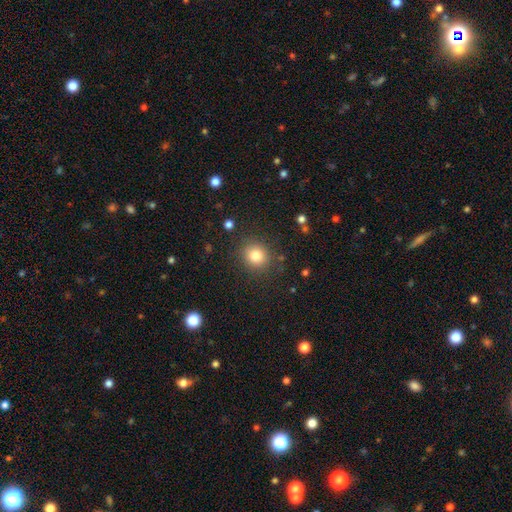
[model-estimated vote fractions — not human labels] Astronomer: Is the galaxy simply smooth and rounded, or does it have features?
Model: smooth — 81%.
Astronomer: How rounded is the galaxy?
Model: round — 86%.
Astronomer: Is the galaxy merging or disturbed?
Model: none — 87%.